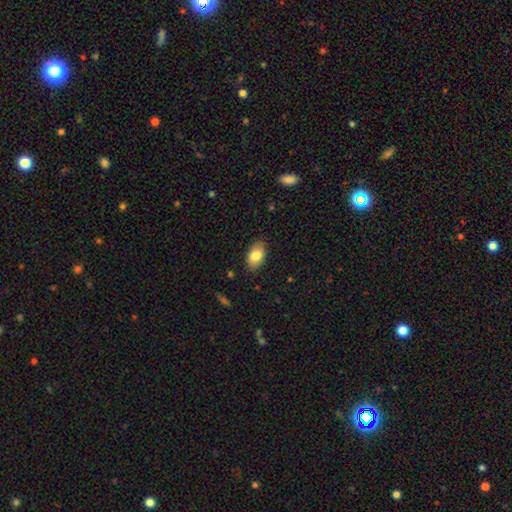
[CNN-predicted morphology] Q: Smooth or featured?
A: smooth (81%); runner-up: featured or disk (12%)
Q: How rounded?
A: in between (92%); runner-up: round (6%)
Q: Merging?
A: none (86%); runner-up: minor disturbance (11%)